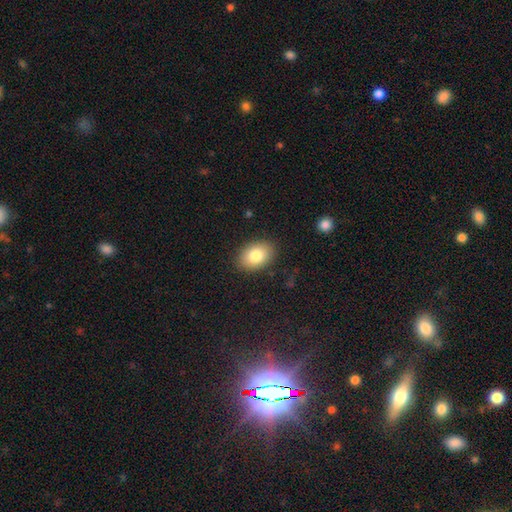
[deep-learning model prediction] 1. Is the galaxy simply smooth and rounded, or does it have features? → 82% smooth, 10% featured or disk, 8% star or artifact.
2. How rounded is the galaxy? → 84% in between, 15% round, 1% cigar-shaped.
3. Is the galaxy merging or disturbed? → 88% none, 9% minor disturbance, 2% major disturbance, 1% merger.